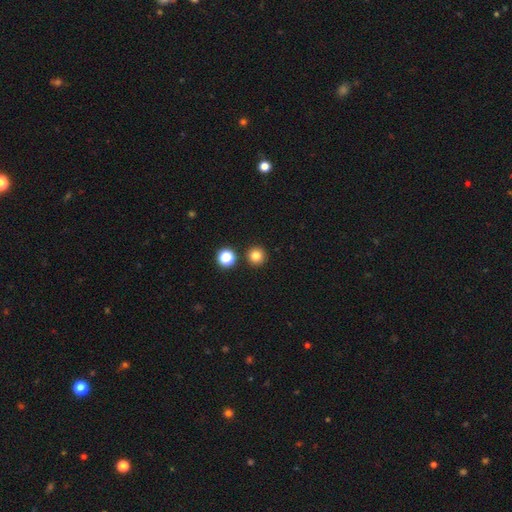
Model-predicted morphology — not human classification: A smooth galaxy with no disk features (81%) that is round (95%). Merging: none (89%).